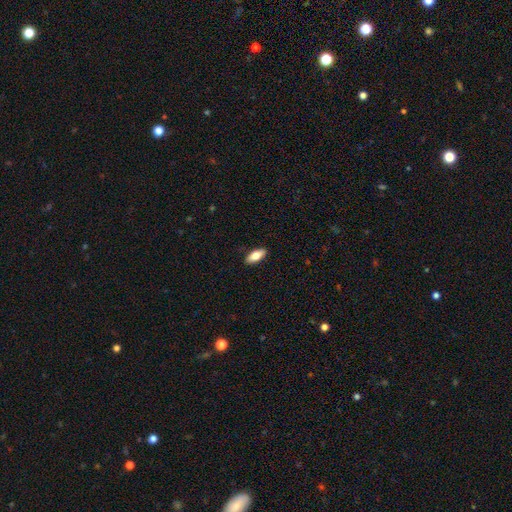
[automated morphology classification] Q: Smooth or featured?
A: smooth (78%); runner-up: featured or disk (16%)
Q: How rounded?
A: in between (80%); runner-up: cigar-shaped (18%)
Q: Merging?
A: none (89%); runner-up: minor disturbance (8%)